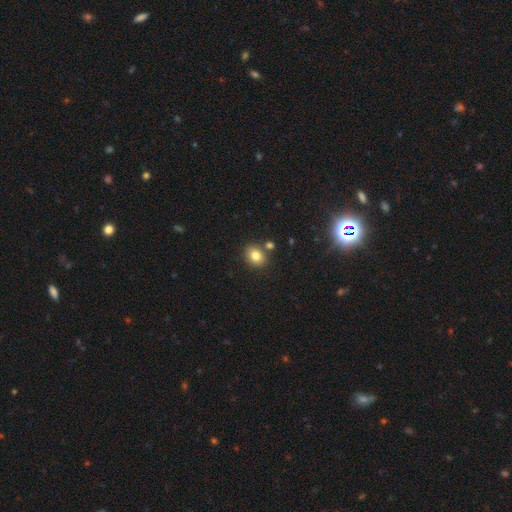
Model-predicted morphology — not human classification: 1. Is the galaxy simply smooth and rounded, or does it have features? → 81% smooth, 11% star or artifact, 8% featured or disk.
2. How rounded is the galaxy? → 62% round, 37% in between, 1% cigar-shaped.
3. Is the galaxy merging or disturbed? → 77% none, 11% merger, 10% minor disturbance, 3% major disturbance.